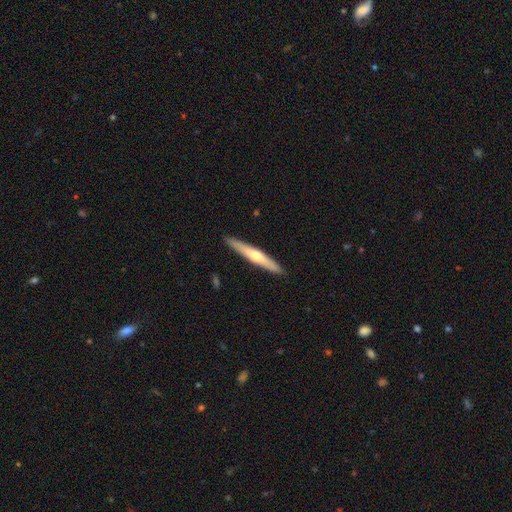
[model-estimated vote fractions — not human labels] Smooth or featured? Predicted: featured or disk (p=0.55). Edge-on disk? Predicted: yes (p=0.94). Edge-on bulge? Predicted: rounded (p=0.84). Merging? Predicted: none (p=0.91).